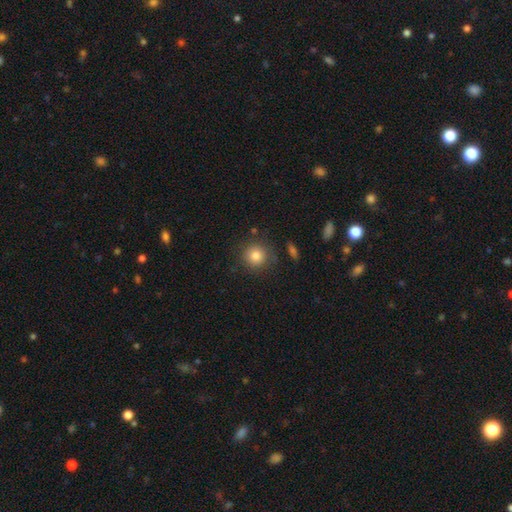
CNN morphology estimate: smooth-or-featured: smooth: 82% | star or artifact: 10% | featured or disk: 7%
  how-rounded: round: 93% | in between: 6% | cigar-shaped: 1%
  merging: none: 84% | minor disturbance: 10% | major disturbance: 4% | merger: 3%